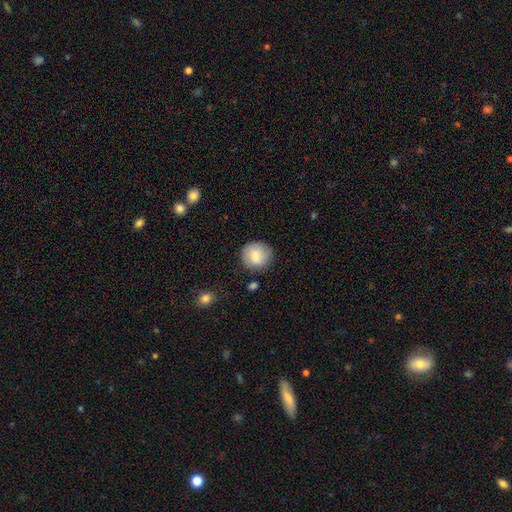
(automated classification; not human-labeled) Smooth or featured? smooth (83%)
How rounded? round (91%)
Merging? none (84%)